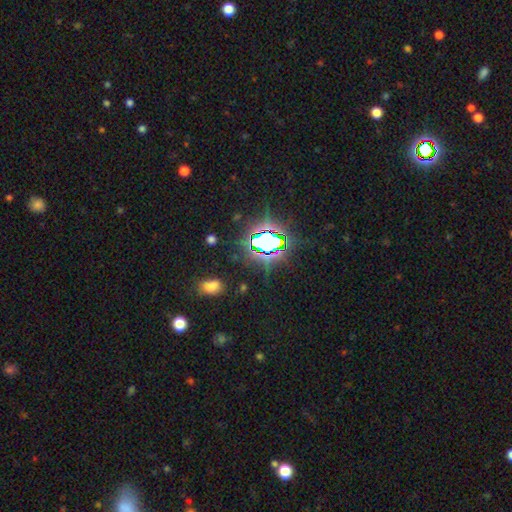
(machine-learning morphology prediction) A star or artifact, not a galaxy (76%).

Vote fractions:
- Smooth or featured? star or artifact: 76% / smooth: 16% / featured or disk: 8%